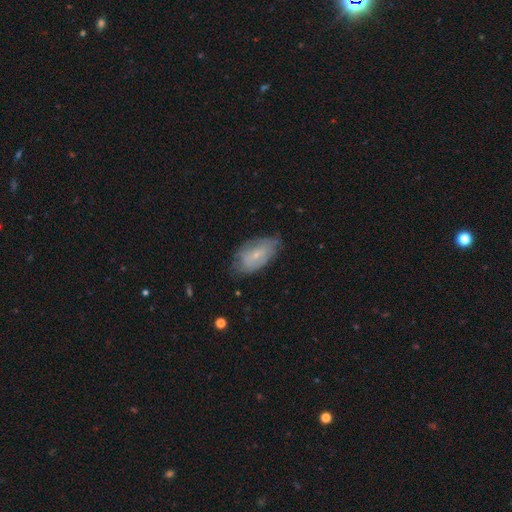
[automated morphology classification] Smooth or featured: smooth — 47% (featured or disk — 46%)
Merging: none — 63% (minor disturbance — 28%)